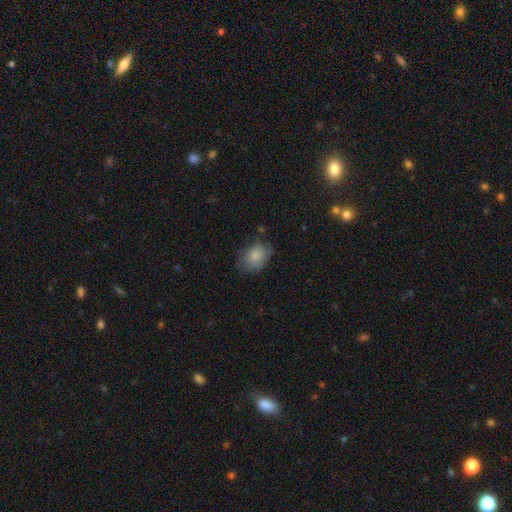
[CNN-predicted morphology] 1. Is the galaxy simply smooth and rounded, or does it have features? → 82% smooth, 11% featured or disk, 8% star or artifact.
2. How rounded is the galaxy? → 76% in between, 23% round, 1% cigar-shaped.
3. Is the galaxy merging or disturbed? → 58% none, 30% minor disturbance, 10% major disturbance, 2% merger.